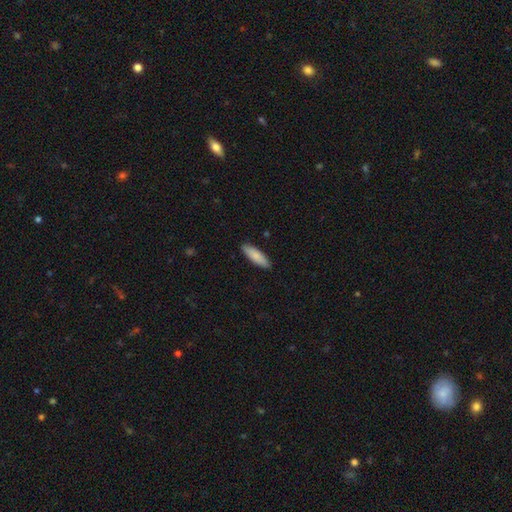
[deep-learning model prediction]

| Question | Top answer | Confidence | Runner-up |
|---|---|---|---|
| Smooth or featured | smooth | 85% | featured or disk (9%) |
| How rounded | cigar-shaped | 53% | in between (45%) |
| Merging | none | 89% | minor disturbance (8%) |